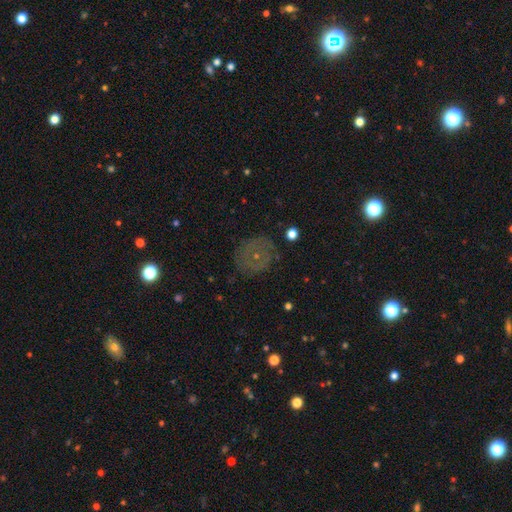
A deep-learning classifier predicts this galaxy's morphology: The model was most divided on "smooth or featured": smooth: 45%, featured or disk: 36%, star or artifact: 19%. More confident: merging — none (76%).